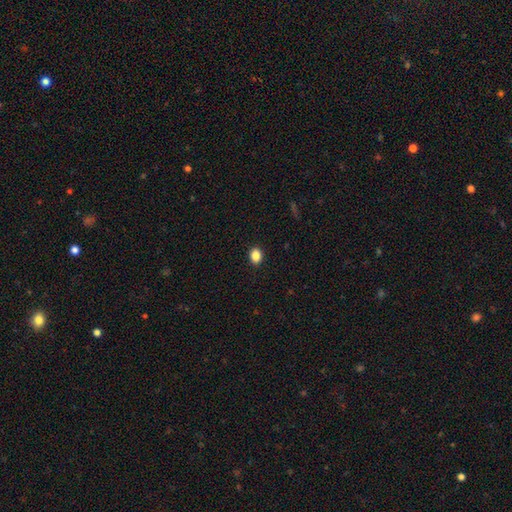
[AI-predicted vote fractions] Smooth or featured?
  - smooth: 86% *
  - star or artifact: 10%
  - featured or disk: 4%
How rounded?
  - in between: 58% *
  - round: 41%
  - cigar-shaped: 1%
Merging?
  - none: 91% *
  - minor disturbance: 7%
  - major disturbance: 2%
  - merger: 1%